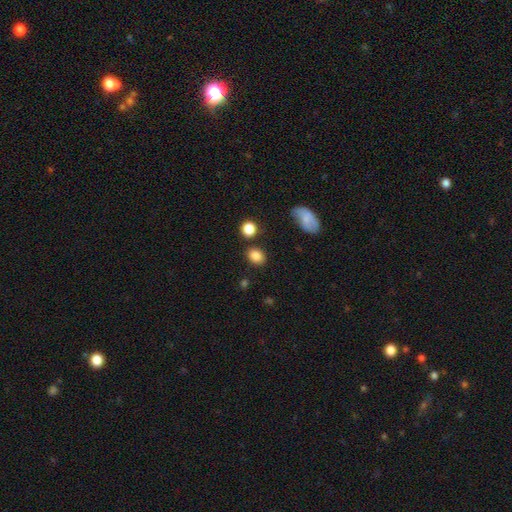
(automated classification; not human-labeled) Overall: smooth (84%). How rounded: in between (58%; round 41%). Merging: none (79%).